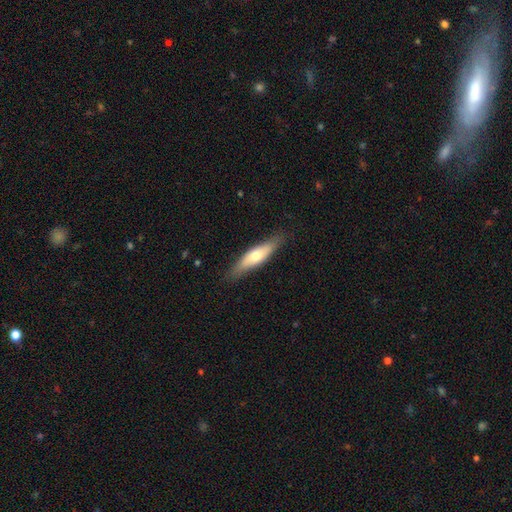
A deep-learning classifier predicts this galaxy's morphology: smooth 58%, featured or disk 37%, star or artifact 6%. Down the decision tree: how rounded — cigar-shaped (66%); merging — none (83%).